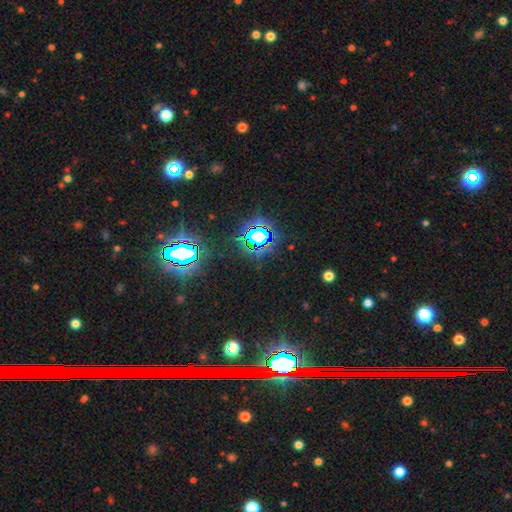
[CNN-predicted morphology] This is likely a star or artifact rather than a galaxy (78%).